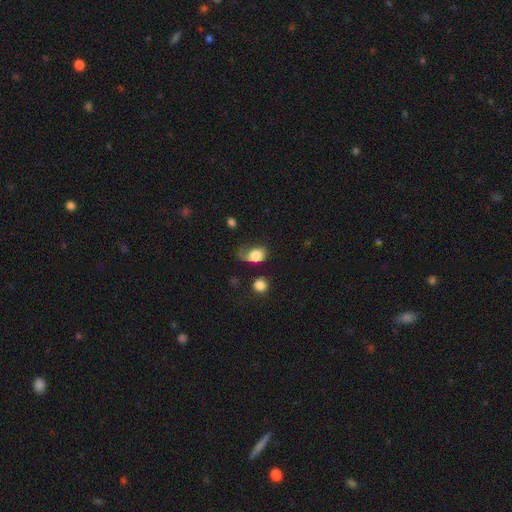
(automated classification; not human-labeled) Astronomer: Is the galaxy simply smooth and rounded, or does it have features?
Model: smooth — 74%.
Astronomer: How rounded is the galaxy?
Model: in between — 59% (runner-up: round, 40%).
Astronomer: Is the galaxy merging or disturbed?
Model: major disturbance — 39% (runner-up: minor disturbance, 28%).